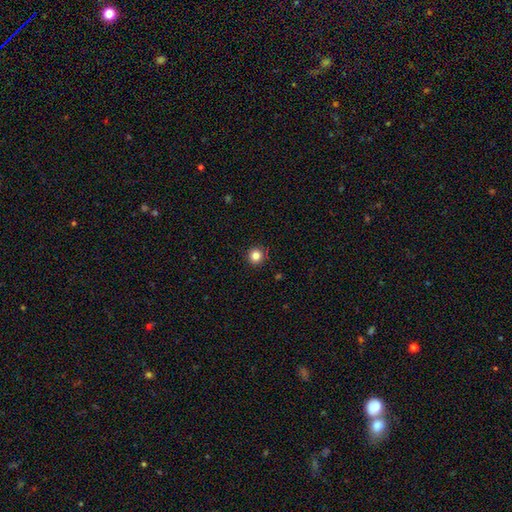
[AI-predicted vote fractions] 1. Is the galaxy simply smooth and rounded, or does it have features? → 83% smooth, 12% star or artifact, 5% featured or disk.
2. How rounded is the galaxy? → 95% round, 4% in between, 1% cigar-shaped.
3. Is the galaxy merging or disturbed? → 92% none, 5% minor disturbance, 2% major disturbance, 1% merger.